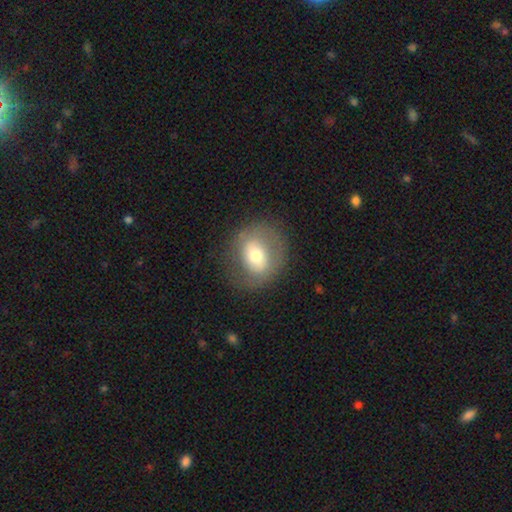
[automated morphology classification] smooth_or_featured: smooth (p=0.55) [alt: featured or disk p=0.37]
how_rounded: round (p=0.61) [alt: in between p=0.38]
merging: none (p=0.76) [alt: minor disturbance p=0.15]